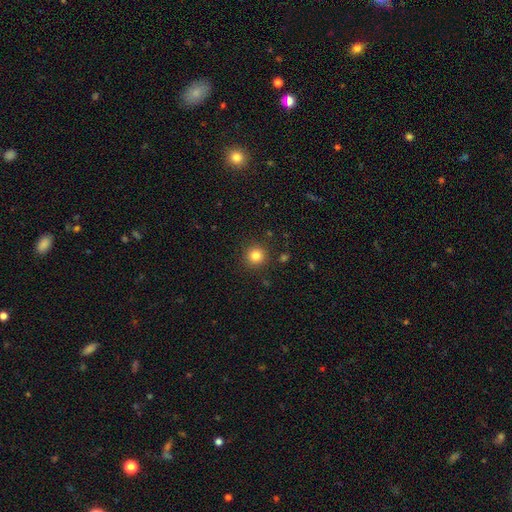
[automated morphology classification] A smooth galaxy with no disk features (82%) that is round (94%). Merging: none (90%).